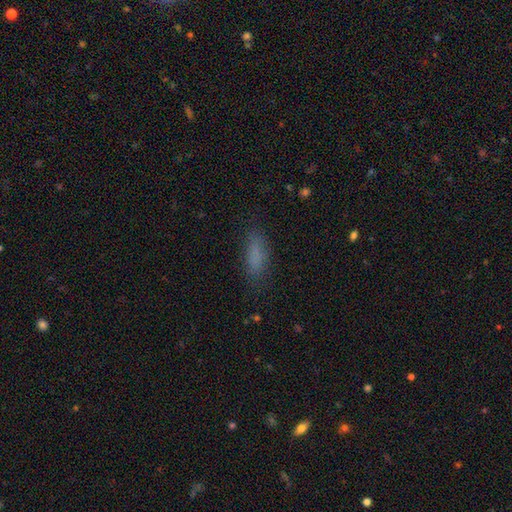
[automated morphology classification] This appears to be a smooth galaxy with no disk features (80%) that is in between round and cigar-shaped (57%). Merging: none (79%).